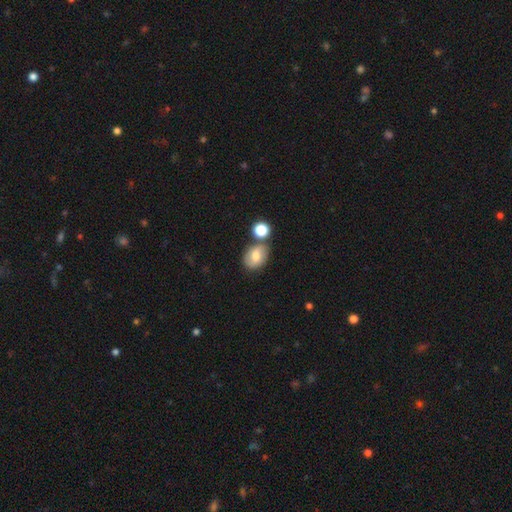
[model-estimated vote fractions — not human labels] smooth 69%, featured or disk 22%, star or artifact 10%. Down the decision tree: how rounded — in between (71%); merging — none (65%).